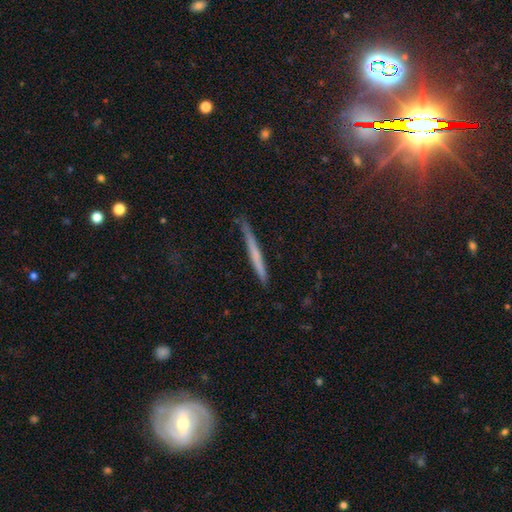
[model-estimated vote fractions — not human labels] This is possibly a smooth galaxy (52%). How rounded: clearly cigar-shaped (97%). Merging: clearly none (84%).